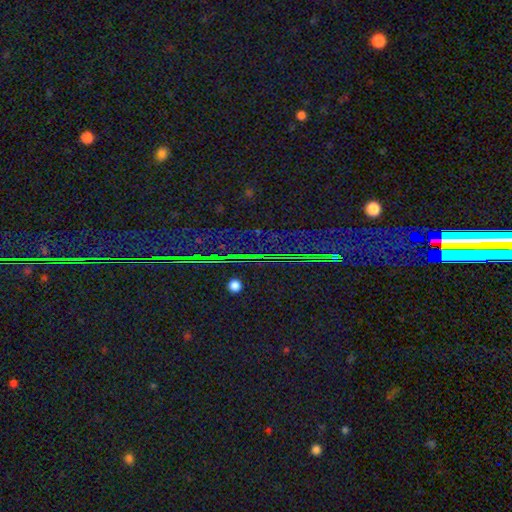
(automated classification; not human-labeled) A star or artifact, not a galaxy (85%).